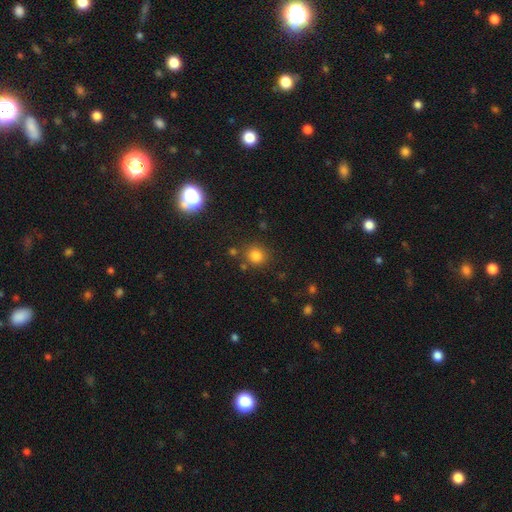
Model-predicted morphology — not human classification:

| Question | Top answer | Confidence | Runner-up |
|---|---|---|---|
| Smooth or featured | smooth | 81% | star or artifact (14%) |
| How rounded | round | 86% | in between (13%) |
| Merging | none | 80% | minor disturbance (10%) |